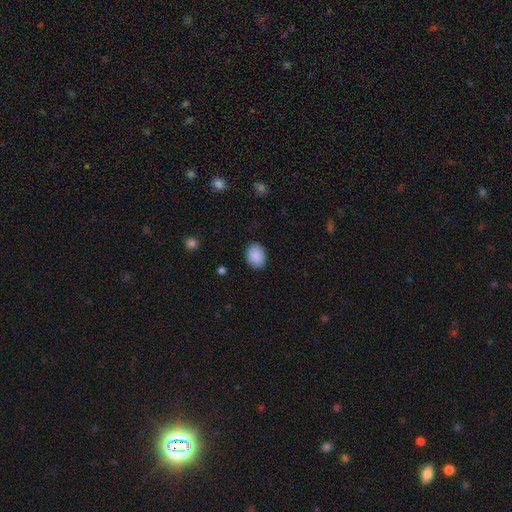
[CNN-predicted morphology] smooth 90%, star or artifact 7%, featured or disk 3%. Down the decision tree: how rounded — in between (69%); merging — none (86%).